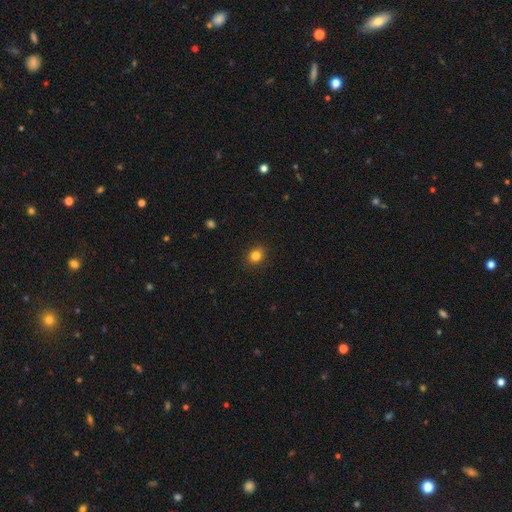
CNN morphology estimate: Q: Smooth or featured?
A: smooth (83%); runner-up: star or artifact (11%)
Q: How rounded?
A: round (60%); runner-up: in between (39%)
Q: Merging?
A: none (89%); runner-up: minor disturbance (8%)